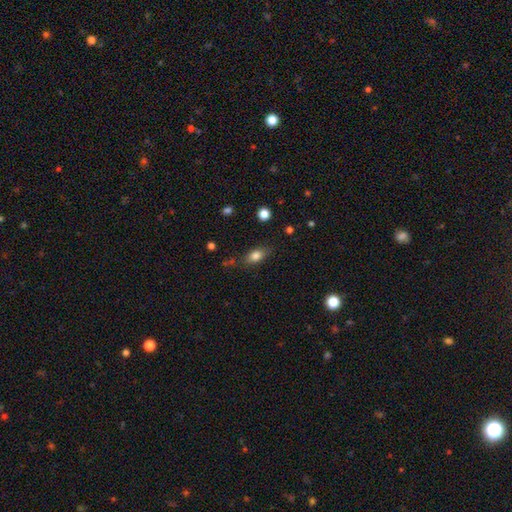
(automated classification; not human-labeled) Morphology: type=smooth (81%); roundness=in between (80%); merging=none (75%).